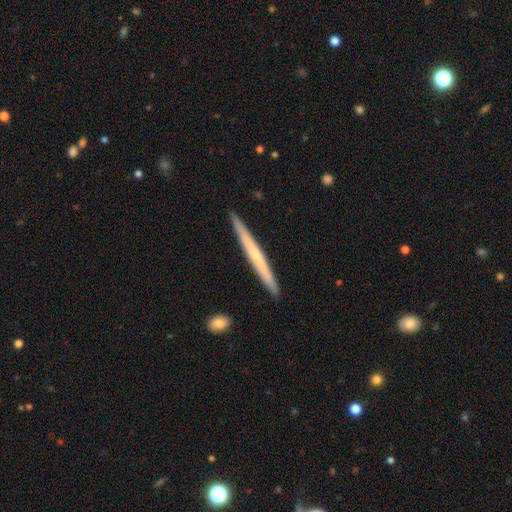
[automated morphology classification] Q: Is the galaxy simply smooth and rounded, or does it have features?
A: smooth — 50%.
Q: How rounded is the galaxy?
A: cigar-shaped — 97%.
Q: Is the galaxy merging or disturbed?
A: none — 92%.